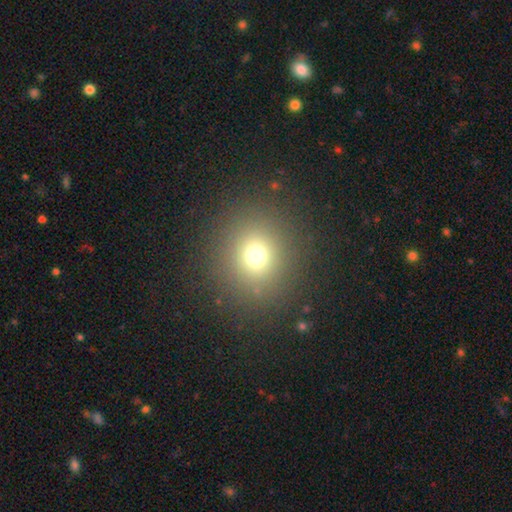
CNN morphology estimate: A smooth galaxy with no disk features (70%) that is round (87%). Merging: none (88%).